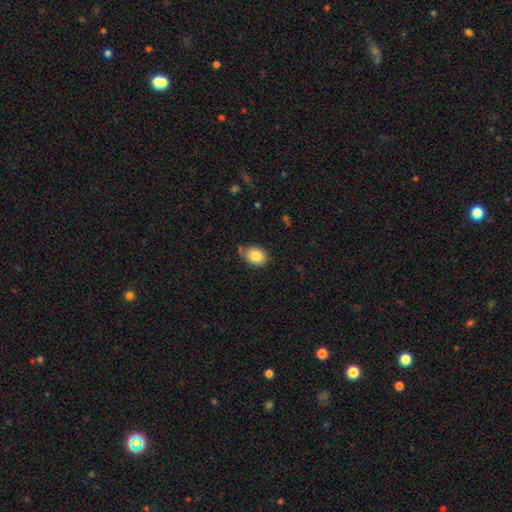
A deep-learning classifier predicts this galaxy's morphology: A smooth galaxy with no disk features (84%) that is in between round and cigar-shaped (62%). Merging: none (71%).